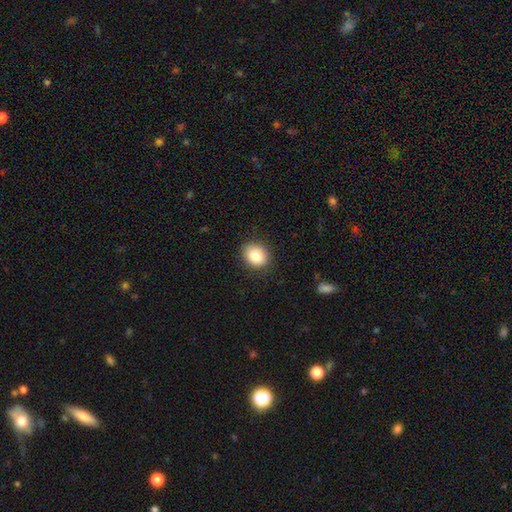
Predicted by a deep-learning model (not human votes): A smooth galaxy with no disk features (84%) that is round (59%). Merging: none (87%).